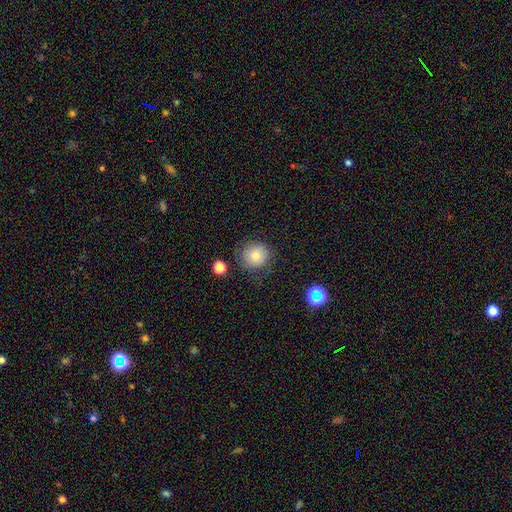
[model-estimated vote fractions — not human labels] Smooth or featured? smooth (78%)
How rounded? round (89%)
Merging? none (78%)